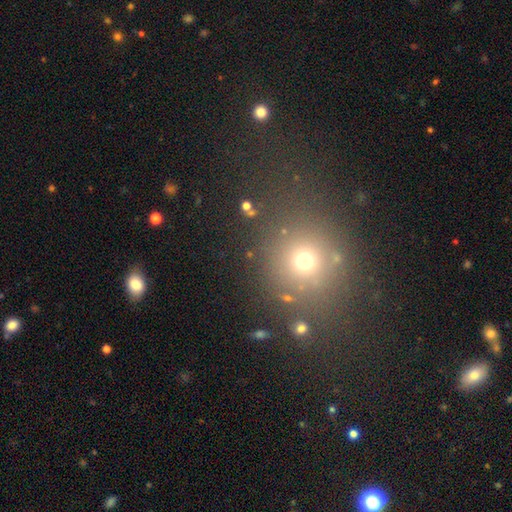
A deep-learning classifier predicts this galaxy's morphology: Smooth or featured: smooth — 55% (star or artifact — 35%)
How rounded: round — 72% (in between — 27%)
Merging: none — 78% (minor disturbance — 11%)